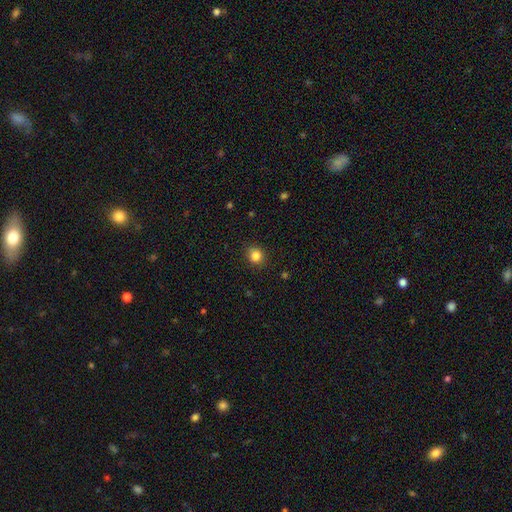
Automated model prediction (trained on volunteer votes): smooth 84%, star or artifact 12%, featured or disk 5%. Down the decision tree: how rounded — round (82%); merging — none (89%).